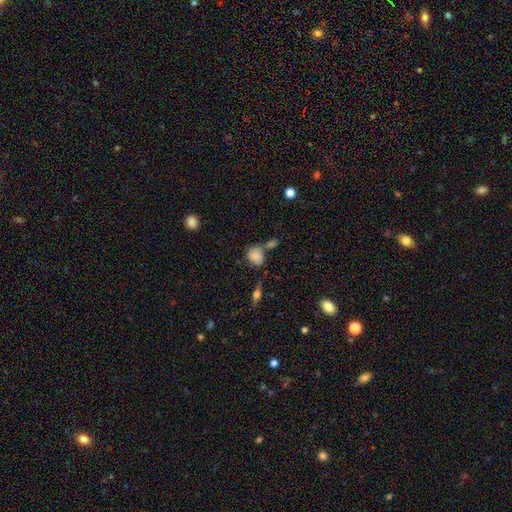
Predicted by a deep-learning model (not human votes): smooth 76%, featured or disk 13%, star or artifact 11%. Down the decision tree: how rounded — round (56%); merging — none (48%).